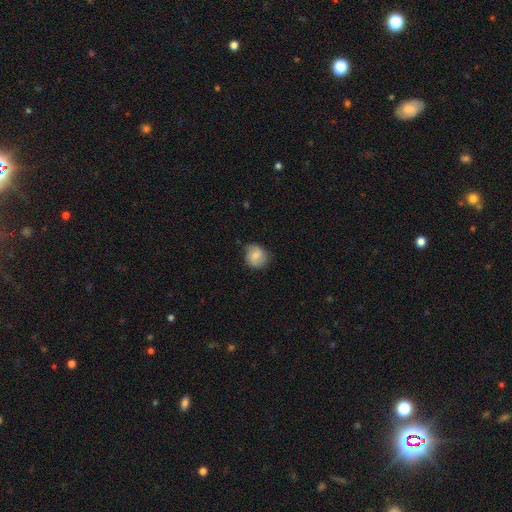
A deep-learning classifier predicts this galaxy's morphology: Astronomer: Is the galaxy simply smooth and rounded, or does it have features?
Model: smooth — 62%.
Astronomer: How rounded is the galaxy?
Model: round — 74%.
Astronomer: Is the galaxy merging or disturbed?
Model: none — 70%.